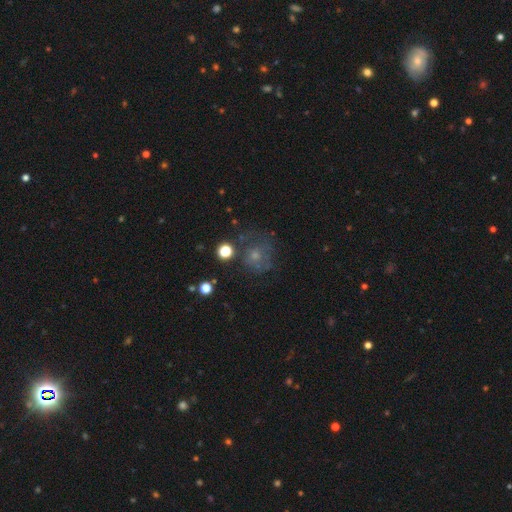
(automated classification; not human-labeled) This is possibly a smooth galaxy (53%). How rounded: clearly round (81%). Merging: possibly none (54%).